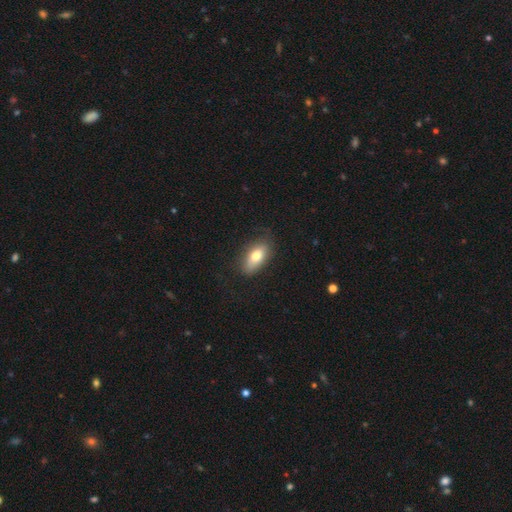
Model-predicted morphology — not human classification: type=smooth (75%); roundness=in between (88%); merging=none (76%).